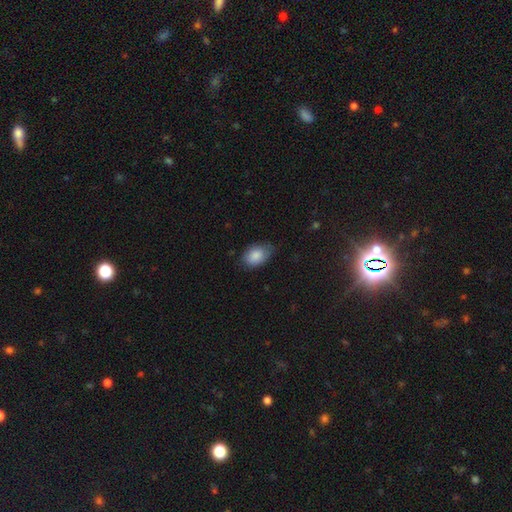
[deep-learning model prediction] This appears to be a smooth galaxy with no disk features (86%) that is in between round and cigar-shaped (86%). Merging: none (68%).